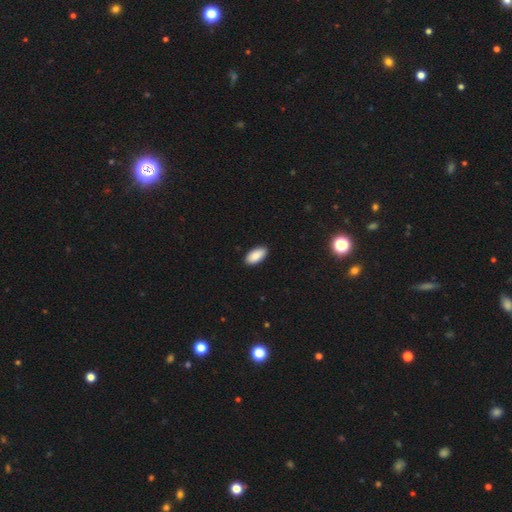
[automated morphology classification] Smooth or featured? Predicted: smooth (p=0.89). How rounded? Predicted: in between (p=0.93). Merging? Predicted: none (p=0.90).